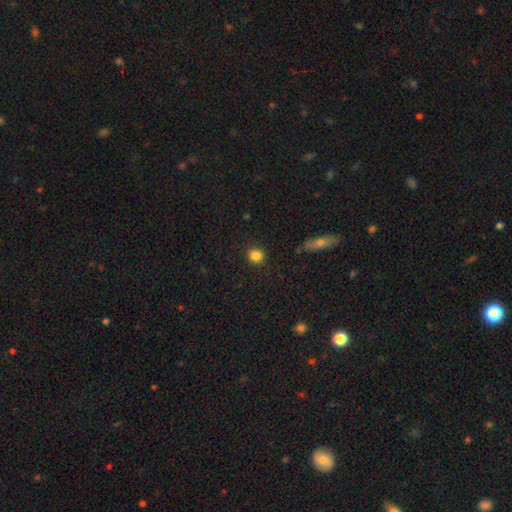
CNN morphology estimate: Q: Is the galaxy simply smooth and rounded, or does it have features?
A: smooth — 85%.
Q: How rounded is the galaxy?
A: round — 86%.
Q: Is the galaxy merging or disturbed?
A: none — 89%.